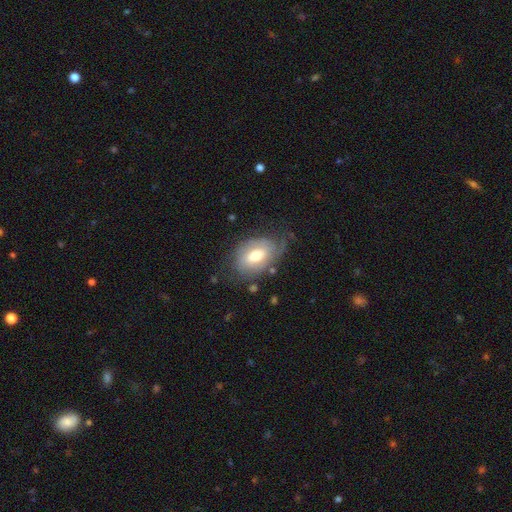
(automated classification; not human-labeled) Smooth or featured: featured or disk — 59% (smooth — 35%)
Edge-on disk: no — 95% (yes — 5%)
Bar: no — 47% (weak — 41%)
Spiral arms: yes — 80% (no — 20%)
Bulge size: moderate — 64% (large — 21%)
Merging: none — 57% (minor disturbance — 26%)